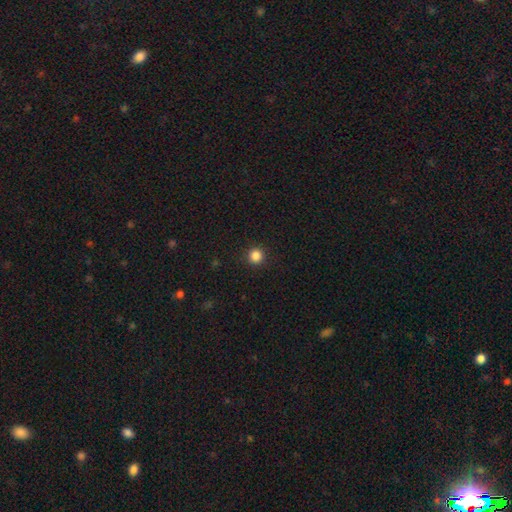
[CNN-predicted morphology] type=smooth (85%); roundness=round (95%); merging=none (92%).